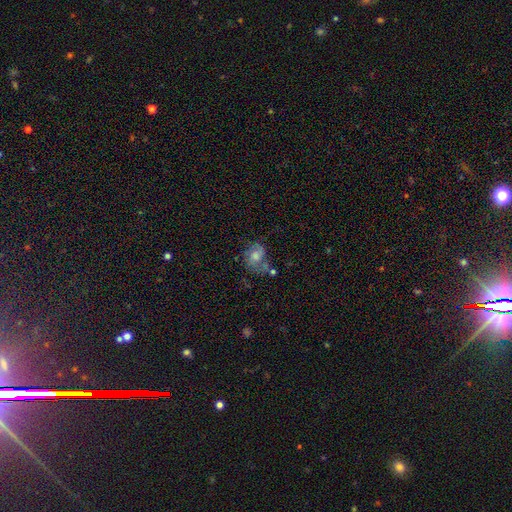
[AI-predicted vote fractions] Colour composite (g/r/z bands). It shows a smooth galaxy with no disk features (48%). Merging: none (37%).